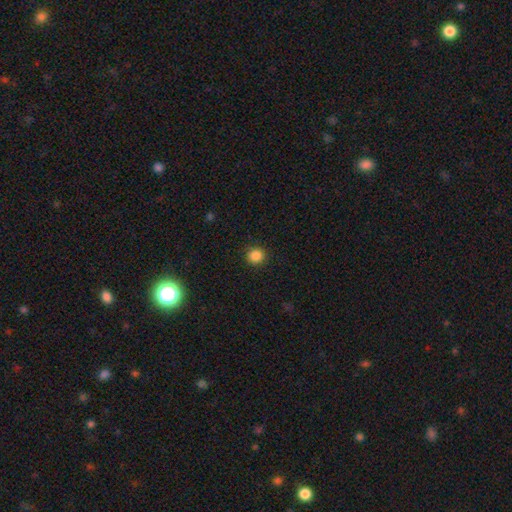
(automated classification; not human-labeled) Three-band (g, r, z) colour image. It shows a smooth galaxy with no disk features (86%) that is round (92%). Merging: none (91%).